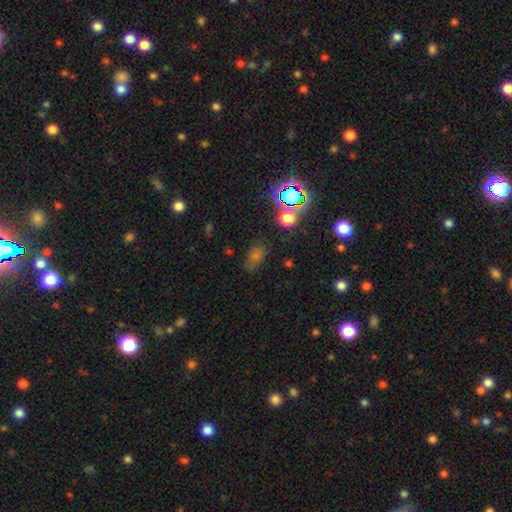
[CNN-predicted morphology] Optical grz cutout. It shows a smooth galaxy with no disk features (51%) that is in between round and cigar-shaped (70%). Merging: none (74%).